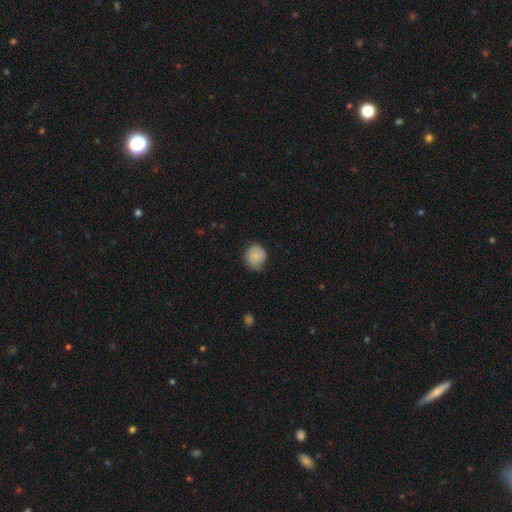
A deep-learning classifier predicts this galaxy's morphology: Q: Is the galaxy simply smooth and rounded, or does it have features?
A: smooth — 74%.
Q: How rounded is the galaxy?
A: round — 75%.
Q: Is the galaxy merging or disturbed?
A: none — 67%.